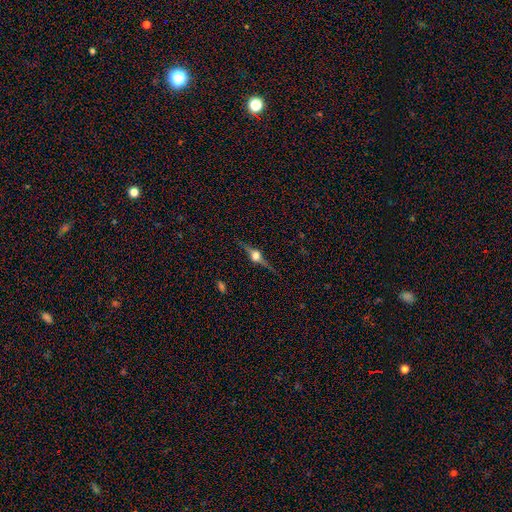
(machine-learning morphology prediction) This appears to be a featured or disk galaxy (83%) viewed edge-on (97%) with a rounded central bulge (95%). Merging: none (87%).